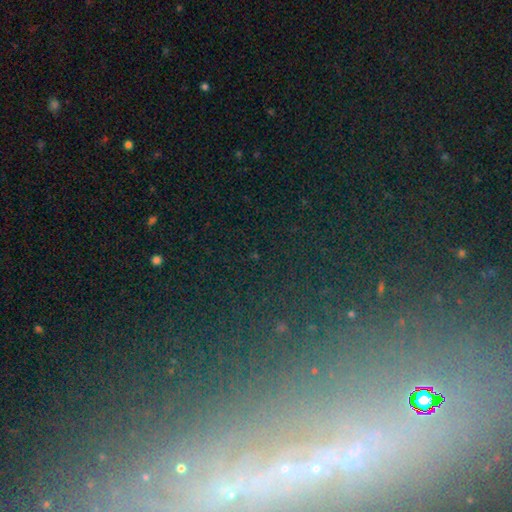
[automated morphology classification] smooth-or-featured: star or artifact: 62% | smooth: 20% | featured or disk: 18%